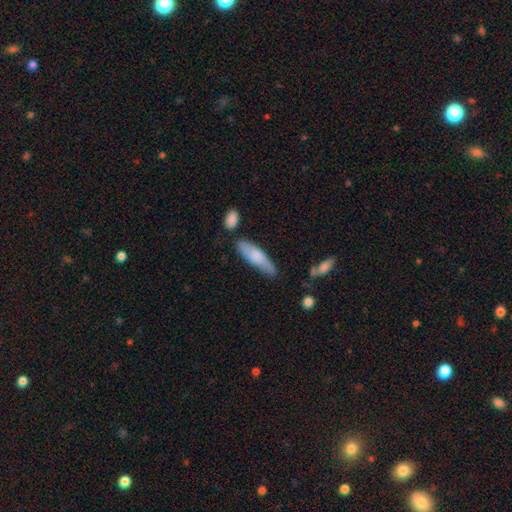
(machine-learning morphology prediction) smooth_or_featured: smooth (p=0.71) [alt: featured or disk p=0.23]
how_rounded: cigar-shaped (p=0.61) [alt: in between p=0.38]
merging: none (p=0.65) [alt: minor disturbance p=0.24]